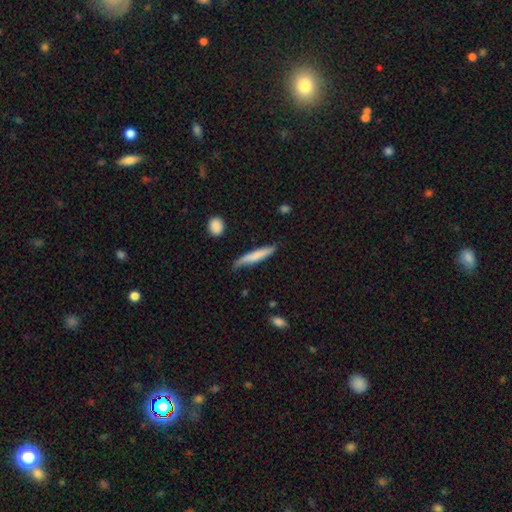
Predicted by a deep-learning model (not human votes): Smooth or featured? Predicted: smooth (p=0.72). How rounded? Predicted: cigar-shaped (p=0.90). Merging? Predicted: none (p=0.69).